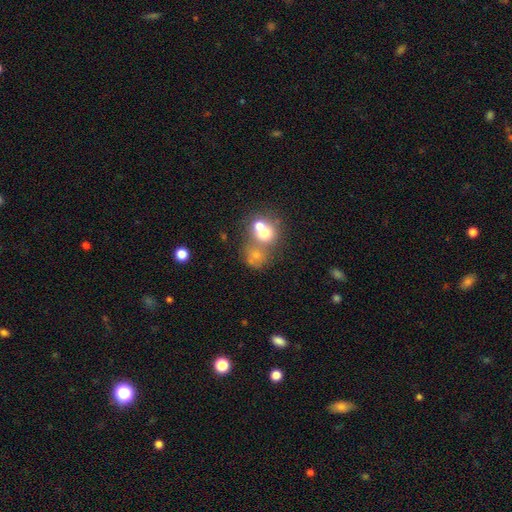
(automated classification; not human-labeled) Smooth or featured?
  - smooth: 61% *
  - featured or disk: 24%
  - star or artifact: 16%
How rounded?
  - round: 74% *
  - in between: 25%
  - cigar-shaped: 1%
Merging?
  - merger: 57% *
  - none: 30%
  - minor disturbance: 7%
  - major disturbance: 6%